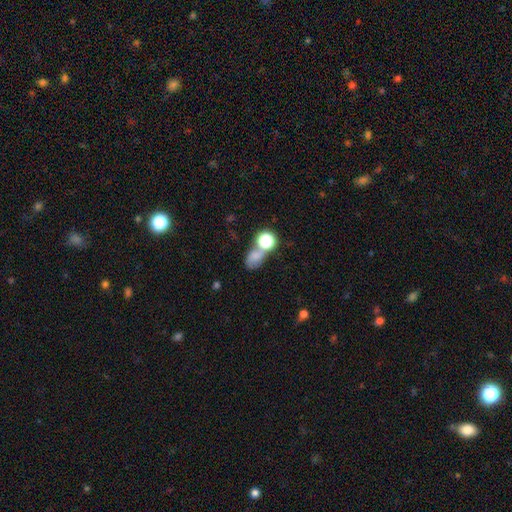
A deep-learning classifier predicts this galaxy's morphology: Smooth or featured? smooth (61%)
How rounded? in between (53%)
Merging? merger (42%)